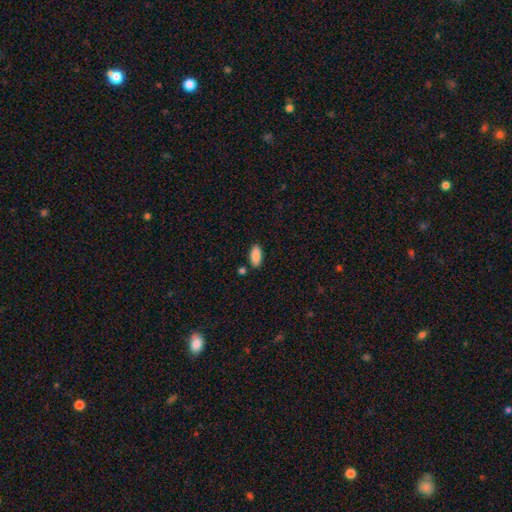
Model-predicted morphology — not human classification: Overall: smooth (89%). How rounded: in between (90%). Merging: none (83%).